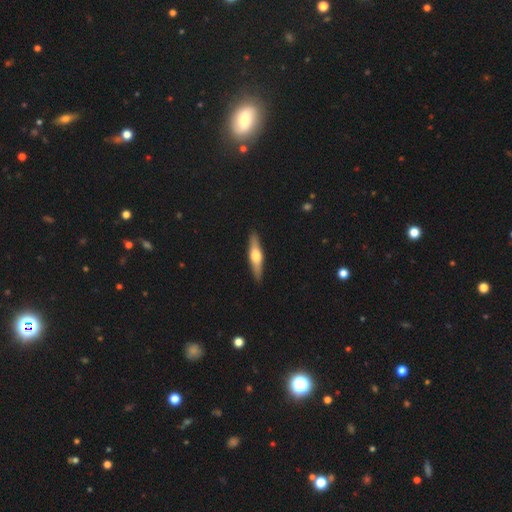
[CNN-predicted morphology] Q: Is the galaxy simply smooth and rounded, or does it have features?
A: featured or disk — 55%.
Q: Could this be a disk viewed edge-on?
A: yes — 94%.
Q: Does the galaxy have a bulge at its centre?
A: rounded — 93%.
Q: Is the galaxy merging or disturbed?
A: none — 90%.